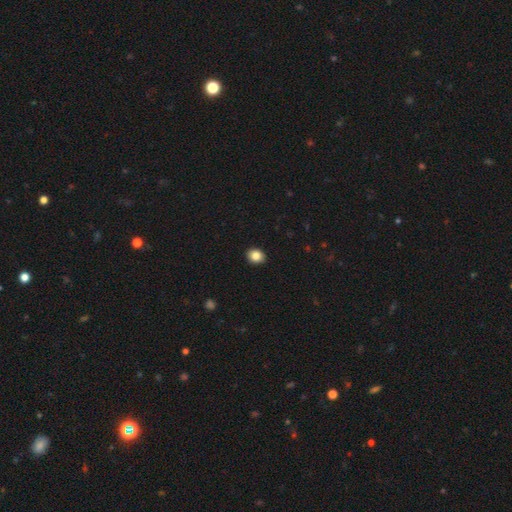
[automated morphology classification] Smooth or featured: smooth — 85% (star or artifact — 9%)
How rounded: round — 56% (in between — 44%)
Merging: none — 91% (minor disturbance — 6%)